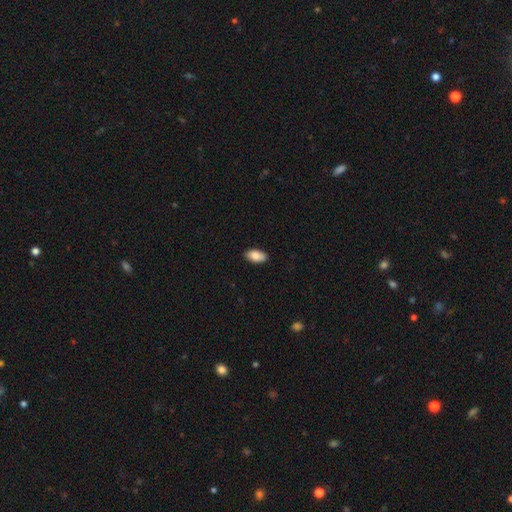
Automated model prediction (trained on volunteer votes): smooth-or-featured: smooth: 86% | featured or disk: 8% | star or artifact: 6%
  how-rounded: in between: 94% | round: 3% | cigar-shaped: 3%
  merging: none: 89% | minor disturbance: 8% | major disturbance: 2% | merger: 1%